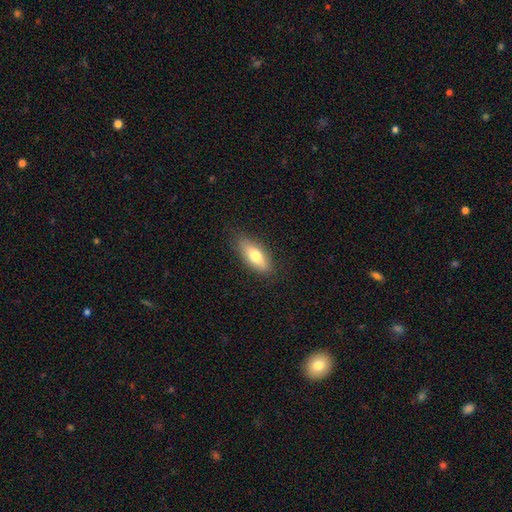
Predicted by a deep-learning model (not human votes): Q: Smooth or featured?
A: smooth (73%); runner-up: featured or disk (21%)
Q: How rounded?
A: in between (72%); runner-up: cigar-shaped (25%)
Q: Merging?
A: none (84%); runner-up: minor disturbance (12%)